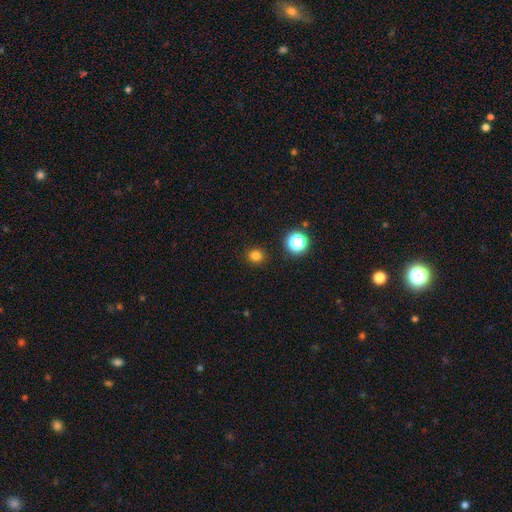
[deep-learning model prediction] This appears to be a smooth galaxy with no disk features (79%) that is round (87%). Merging: none (91%).